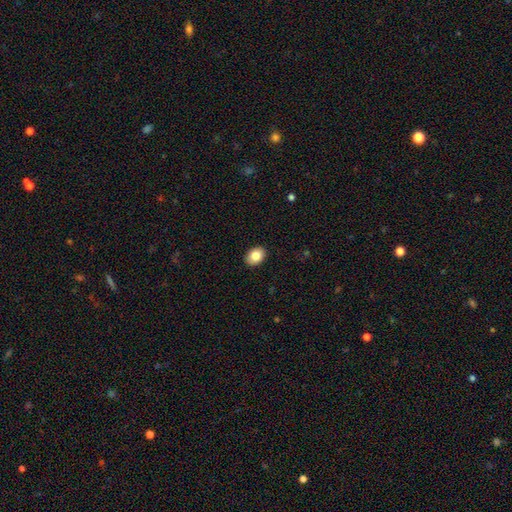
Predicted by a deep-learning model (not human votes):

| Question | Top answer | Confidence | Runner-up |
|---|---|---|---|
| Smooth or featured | smooth | 83% | featured or disk (9%) |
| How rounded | in between | 72% | round (27%) |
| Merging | none | 90% | minor disturbance (8%) |